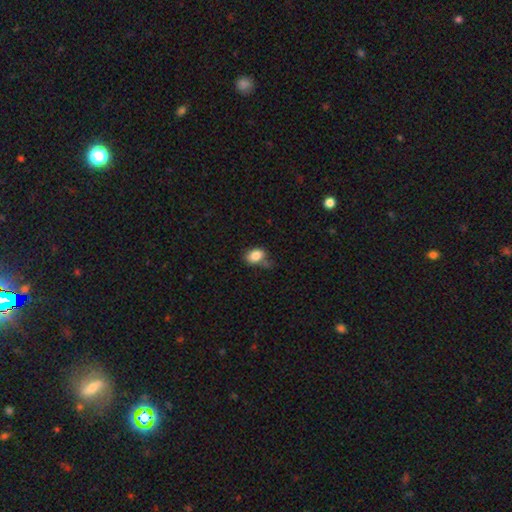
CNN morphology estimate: This appears to be a smooth galaxy with no disk features (84%) that is in between round and cigar-shaped (75%). Merging: none (53%).